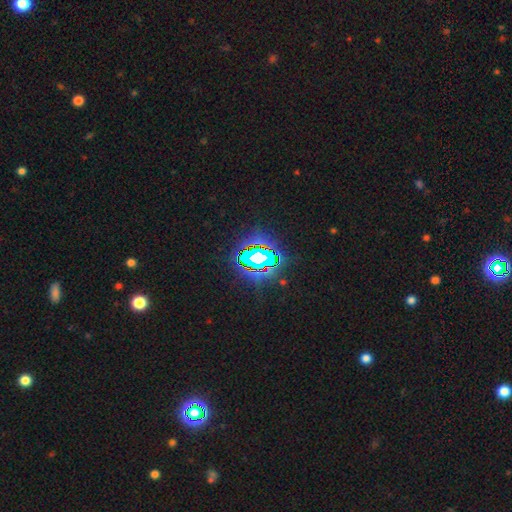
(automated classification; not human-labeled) smooth_or_featured: star or artifact (p=0.78) [alt: smooth p=0.12]